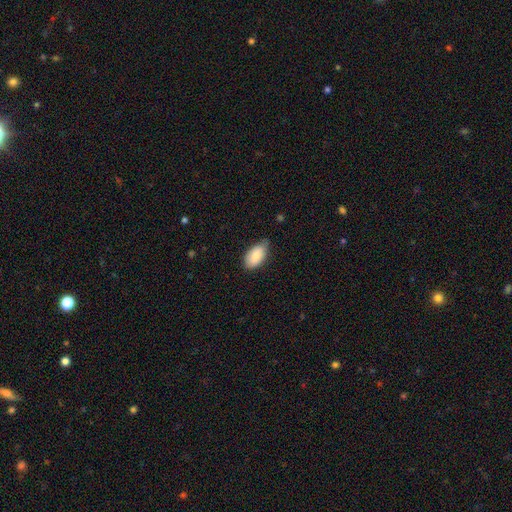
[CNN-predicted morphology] A smooth galaxy with no disk features (86%) that is in between round and cigar-shaped (94%).

Vote fractions:
- Smooth or featured? smooth: 86% / featured or disk: 7% / star or artifact: 6%
- How rounded? in between: 94% / round: 4% / cigar-shaped: 3%
- Merging? none: 59% / minor disturbance: 35% / major disturbance: 5% / merger: 1%